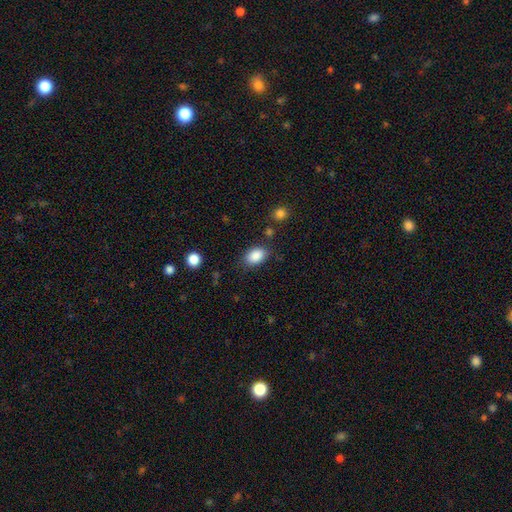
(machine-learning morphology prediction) Overall: smooth (88%). How rounded: in between (85%). Merging: none (79%).